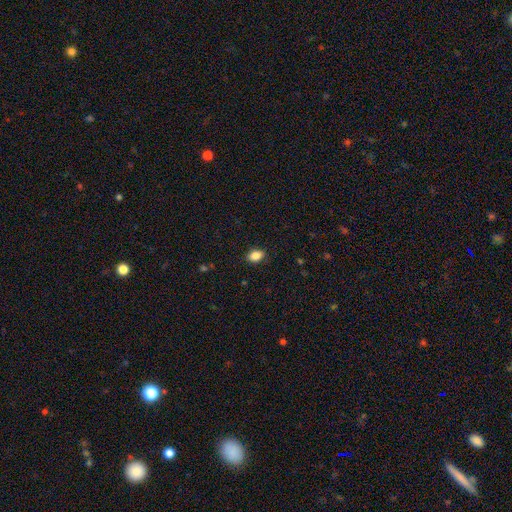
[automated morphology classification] smooth-or-featured: smooth: 85% | star or artifact: 9% | featured or disk: 6%
  how-rounded: in between: 84% | round: 14% | cigar-shaped: 2%
  merging: none: 87% | minor disturbance: 10% | major disturbance: 2% | merger: 1%